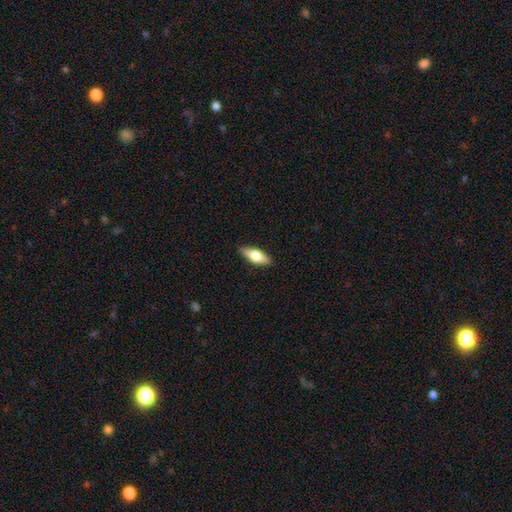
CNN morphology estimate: A smooth galaxy with no disk features (56%) that is in between round and cigar-shaped (69%). Merging: none (88%).